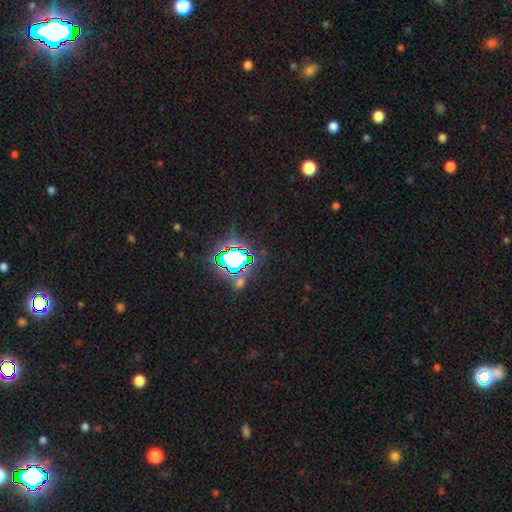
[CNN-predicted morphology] A star or artifact, not a galaxy (81%).